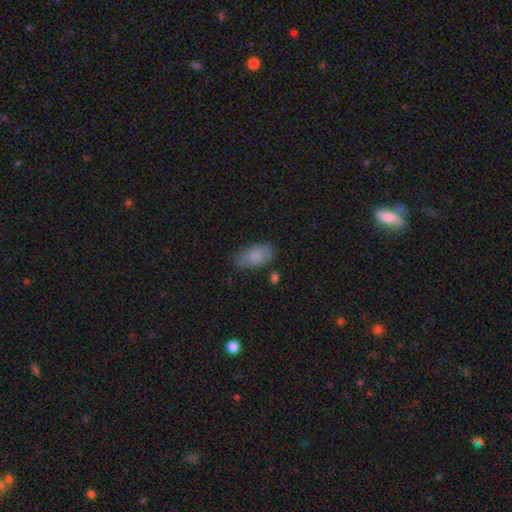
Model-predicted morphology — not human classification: A smooth galaxy with no disk features (85%) that is in between round and cigar-shaped (93%).

Vote fractions:
- Smooth or featured? smooth: 85% / featured or disk: 8% / star or artifact: 7%
- How rounded? in between: 93% / round: 4% / cigar-shaped: 3%
- Merging? none: 70% / minor disturbance: 22% / major disturbance: 5% / merger: 3%